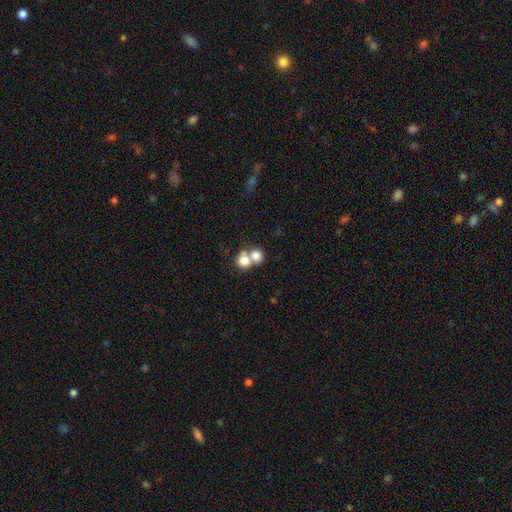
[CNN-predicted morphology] The model was most divided on "merging": merger: 61%, none: 30%, minor disturbance: 5%, major disturbance: 3%. More confident: smooth or featured — smooth (77%); how rounded — round (75%).